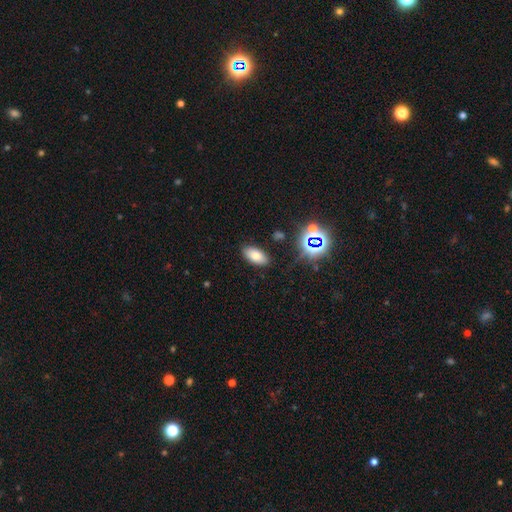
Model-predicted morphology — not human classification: Smooth or featured? Predicted: smooth (p=0.72). How rounded? Predicted: in between (p=0.92). Merging? Predicted: none (p=0.86).